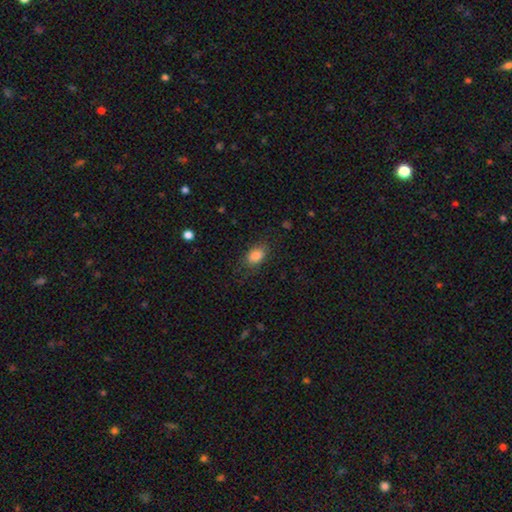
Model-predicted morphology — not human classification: smooth 85%, star or artifact 9%, featured or disk 7%. Down the decision tree: how rounded — in between (83%); merging — none (78%).